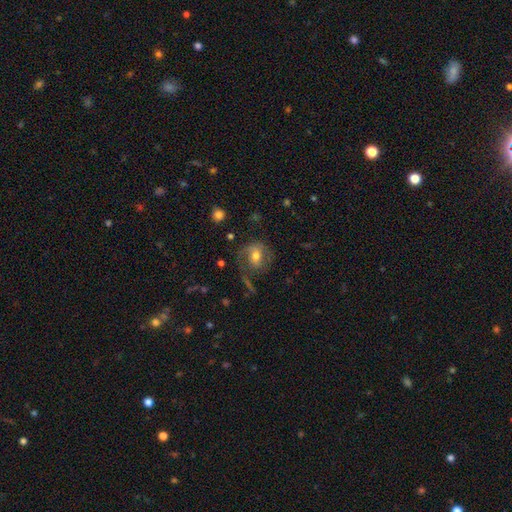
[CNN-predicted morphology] smooth-or-featured: featured or disk: 53% | smooth: 38% | star or artifact: 9%
  disk-edge-on: no: 96% | yes: 4%
    bar: no: 43% | weak: 40% | strong: 18%
    has-spiral-arms: yes: 75% | no: 25%
    bulge-size: moderate: 67% | small: 20% | large: 9% | none: 2% | dominant: 1%
  merging: none: 55% | major disturbance: 22% | minor disturbance: 20% | merger: 3%